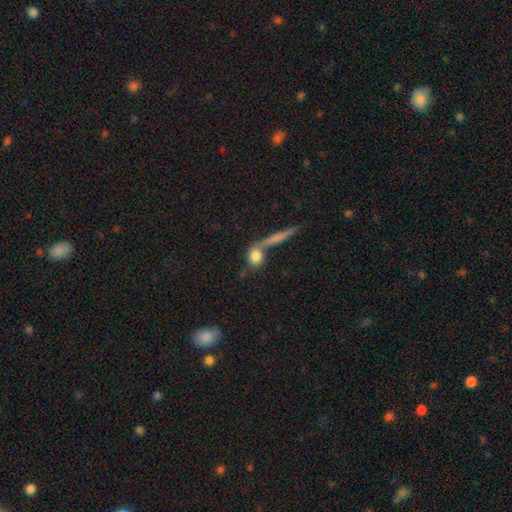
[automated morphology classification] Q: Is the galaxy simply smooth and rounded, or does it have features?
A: smooth — 76%.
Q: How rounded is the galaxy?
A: round — 54%.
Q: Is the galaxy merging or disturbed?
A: none — 44%.